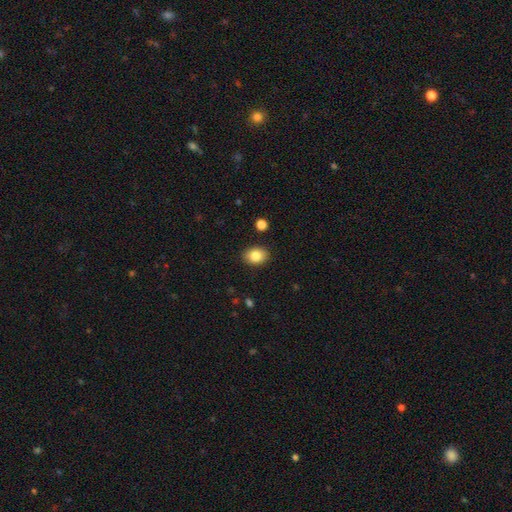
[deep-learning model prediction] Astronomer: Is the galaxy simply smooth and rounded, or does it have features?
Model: smooth — 84%.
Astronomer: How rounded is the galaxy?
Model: in between — 65%.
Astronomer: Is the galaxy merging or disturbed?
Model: none — 89%.